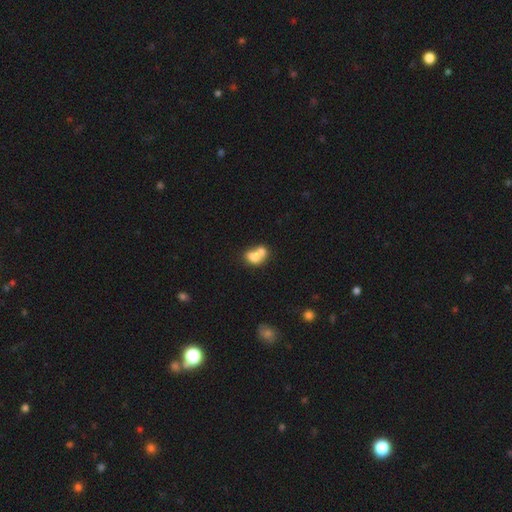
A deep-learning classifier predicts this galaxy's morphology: smooth_or_featured: smooth (p=0.71) [alt: featured or disk p=0.20]
how_rounded: in between (p=0.58) [alt: round p=0.41]
merging: merger (p=0.72) [alt: none p=0.19]